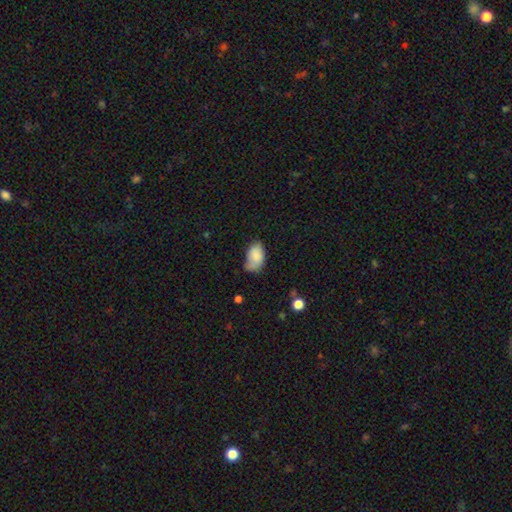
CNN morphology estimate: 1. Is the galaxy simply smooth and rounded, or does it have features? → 83% smooth, 10% featured or disk, 7% star or artifact.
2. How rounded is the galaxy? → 92% in between, 7% round, 1% cigar-shaped.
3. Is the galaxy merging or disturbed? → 46% none, 40% minor disturbance, 11% major disturbance, 4% merger.